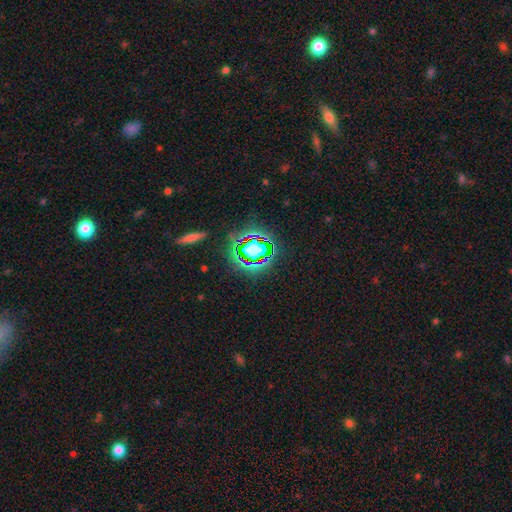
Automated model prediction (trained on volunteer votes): Smooth or featured?
  - star or artifact: 76% *
  - smooth: 14%
  - featured or disk: 10%